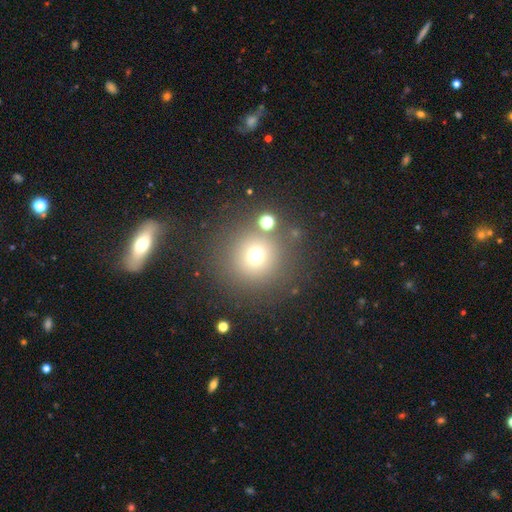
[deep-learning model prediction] Q: Smooth or featured?
A: smooth (68%); runner-up: star or artifact (21%)
Q: How rounded?
A: round (94%); runner-up: in between (6%)
Q: Merging?
A: none (79%); runner-up: minor disturbance (8%)